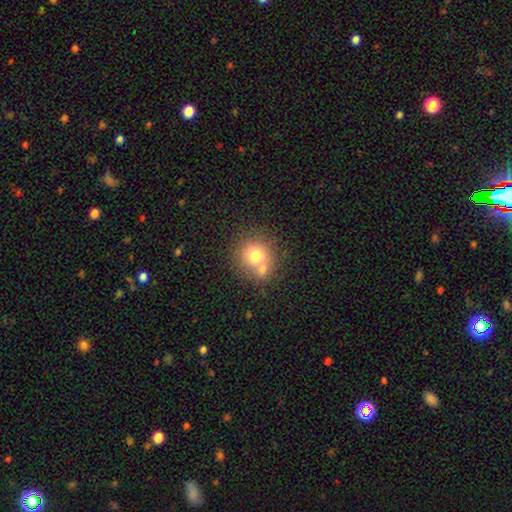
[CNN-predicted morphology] Smooth or featured?
  - smooth: 74% *
  - featured or disk: 15%
  - star or artifact: 11%
How rounded?
  - round: 85% *
  - in between: 14%
  - cigar-shaped: 1%
Merging?
  - none: 50% *
  - merger: 36%
  - minor disturbance: 10%
  - major disturbance: 4%